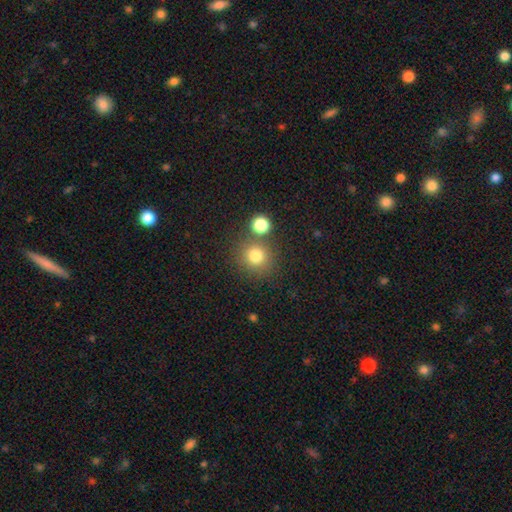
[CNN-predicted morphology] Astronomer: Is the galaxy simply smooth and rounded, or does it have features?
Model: smooth — 79%.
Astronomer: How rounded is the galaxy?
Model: round — 90%.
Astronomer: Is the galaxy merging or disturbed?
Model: none — 71%.